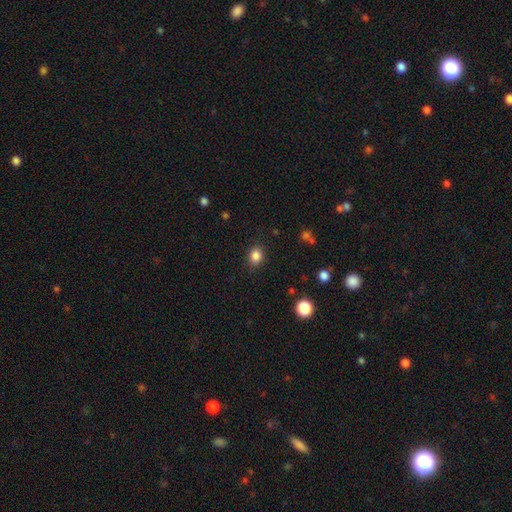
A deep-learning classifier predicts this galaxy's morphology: This appears to be a smooth galaxy with no disk features (85%) that is round (56%). Merging: none (86%).